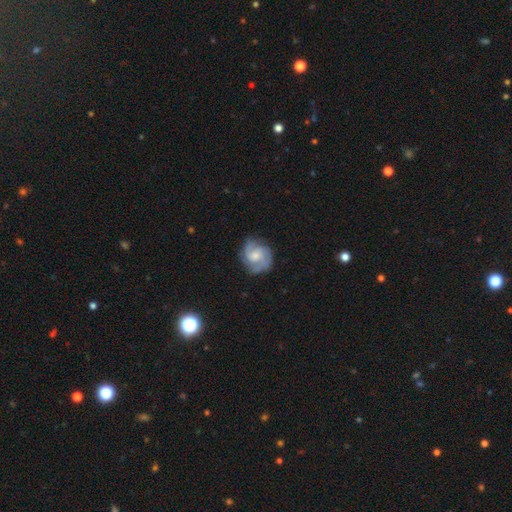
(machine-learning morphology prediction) Smooth or featured? Predicted: featured or disk (p=0.77). Edge-on disk? Predicted: no (p=0.98). Bar? Predicted: no (p=0.62). Spiral arms? Predicted: yes (p=0.95). Spiral winding? Predicted: tight (p=0.49). Spiral arm count? Predicted: 2 (p=0.35). Bulge size? Predicted: moderate (p=0.47). Merging? Predicted: none (p=0.75).